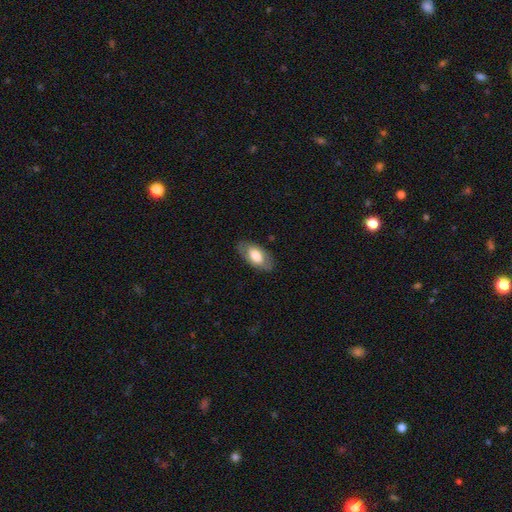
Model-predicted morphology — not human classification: smooth_or_featured: smooth (p=0.65) [alt: featured or disk p=0.30]
how_rounded: in between (p=0.93) [alt: round p=0.04]
merging: none (p=0.81) [alt: minor disturbance p=0.14]